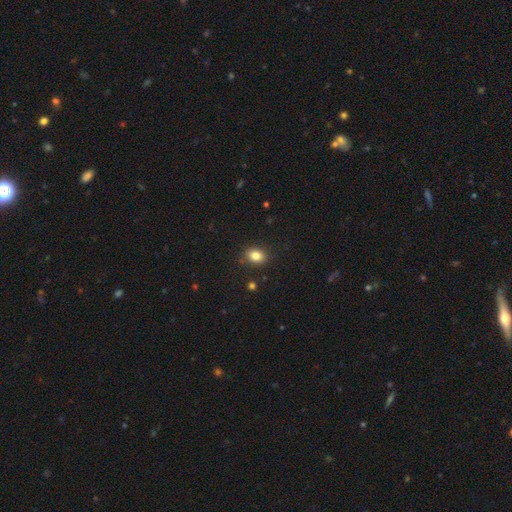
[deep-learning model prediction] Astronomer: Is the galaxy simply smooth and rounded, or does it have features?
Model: smooth — 83%.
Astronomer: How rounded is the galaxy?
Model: in between — 64%.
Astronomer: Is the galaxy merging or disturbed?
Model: none — 85%.